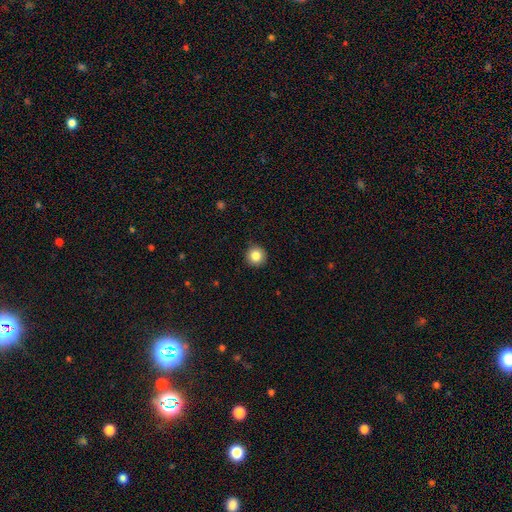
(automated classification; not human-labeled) Overall: smooth (84%). How rounded: round (95%). Merging: none (91%).